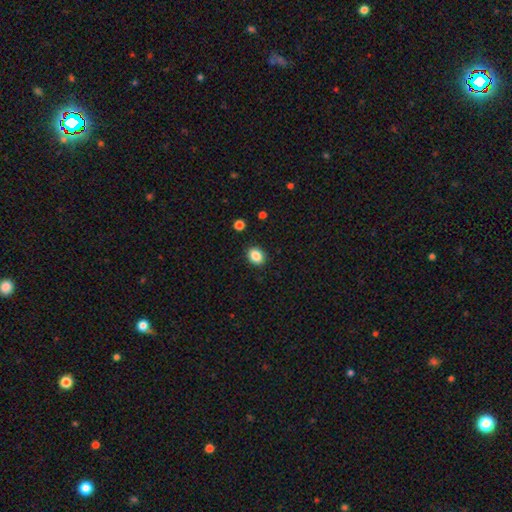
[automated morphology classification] smooth_or_featured: smooth (p=0.86) [alt: star or artifact p=0.09]
how_rounded: in between (p=0.58) [alt: round p=0.41]
merging: none (p=0.90) [alt: minor disturbance p=0.07]